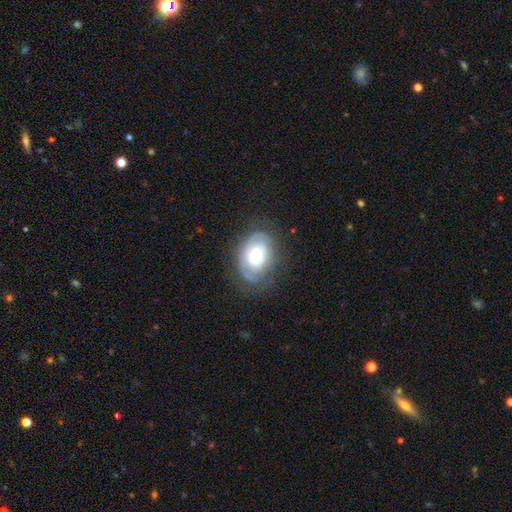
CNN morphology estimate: This is possibly a featured or disk galaxy (48%). Merging: likely none (60%).